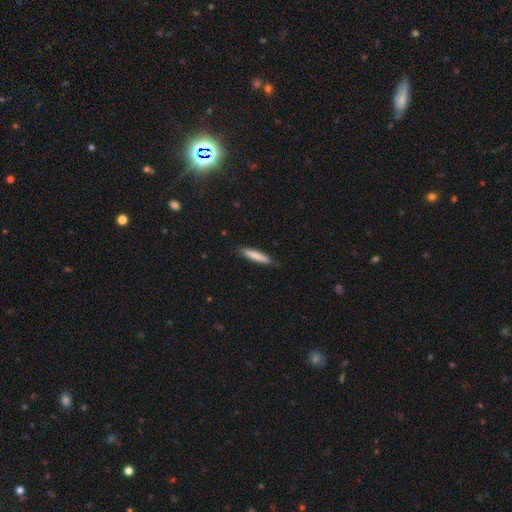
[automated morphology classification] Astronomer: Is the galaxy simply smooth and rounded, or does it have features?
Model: smooth — 80%.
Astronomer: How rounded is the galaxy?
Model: cigar-shaped — 91%.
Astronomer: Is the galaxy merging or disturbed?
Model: none — 86%.